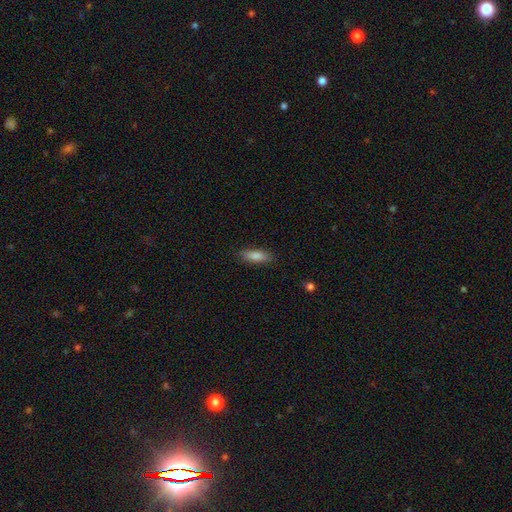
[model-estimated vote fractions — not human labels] Smooth or featured? smooth (81%)
How rounded? in between (51%)
Merging? none (88%)